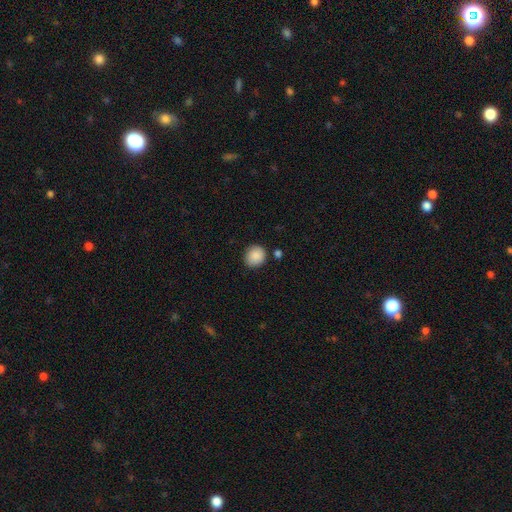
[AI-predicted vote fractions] Smooth or featured? Predicted: smooth (p=0.88). How rounded? Predicted: round (p=0.84). Merging? Predicted: none (p=0.83).